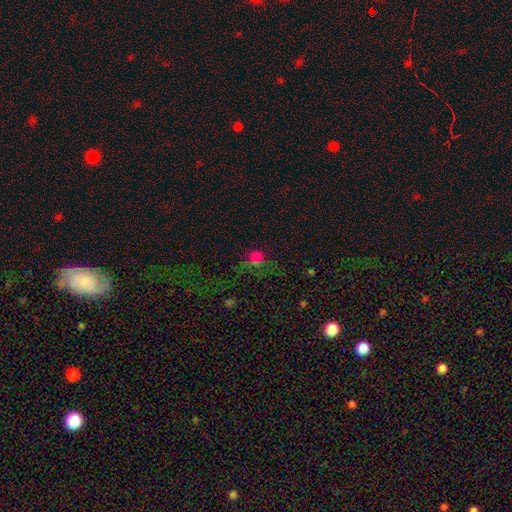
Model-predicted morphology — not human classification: smooth-or-featured: smooth: 59% | star or artifact: 34% | featured or disk: 7%
  how-rounded: round: 83% | in between: 16% | cigar-shaped: 1%
  merging: none: 61% | minor disturbance: 17% | major disturbance: 11% | merger: 11%